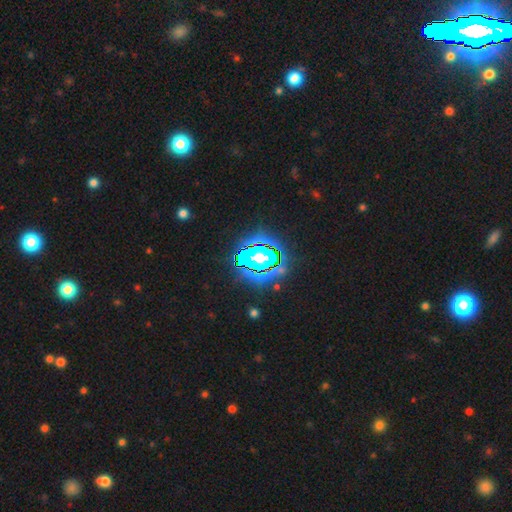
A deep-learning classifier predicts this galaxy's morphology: Q: Smooth or featured?
A: star or artifact (62%); runner-up: featured or disk (20%)